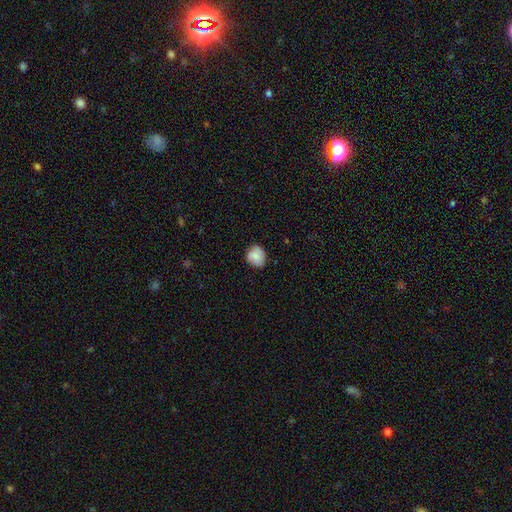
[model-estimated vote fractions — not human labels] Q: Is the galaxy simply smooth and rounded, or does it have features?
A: smooth — 81%.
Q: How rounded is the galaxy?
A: round — 79%.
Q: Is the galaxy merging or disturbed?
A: none — 76%.